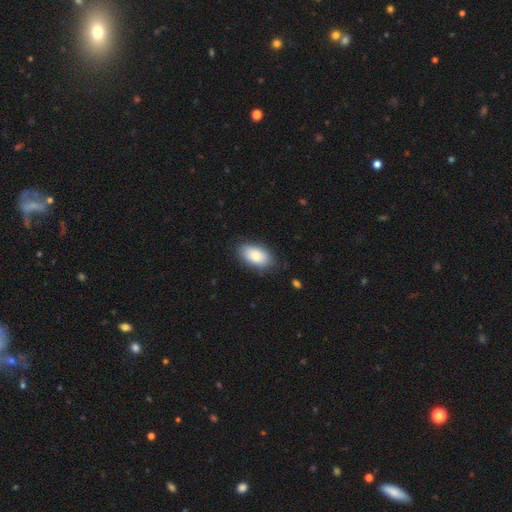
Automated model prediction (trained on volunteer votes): This is clearly a smooth galaxy (83%). How rounded: clearly in between (94%). Merging: clearly none (81%).